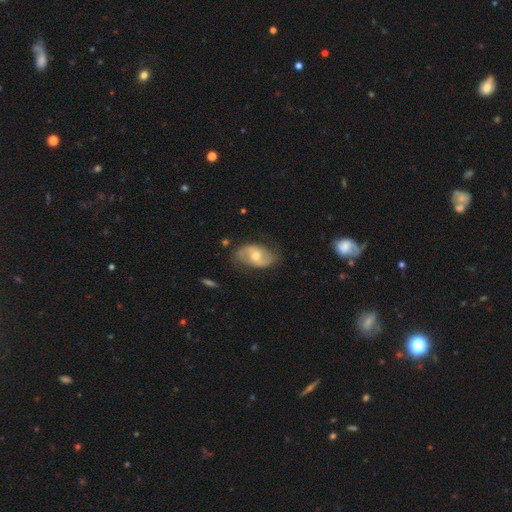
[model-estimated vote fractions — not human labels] Overall: featured or disk (70%). Edge-on disk: no (95%). Bar: no (51%; weak 37%). Spiral arms: yes (83%). Spiral arm count: 2 (87%). Spiral winding: loose (45%; medium 38%). Bulge size: moderate (68%). Merging: none (75%).